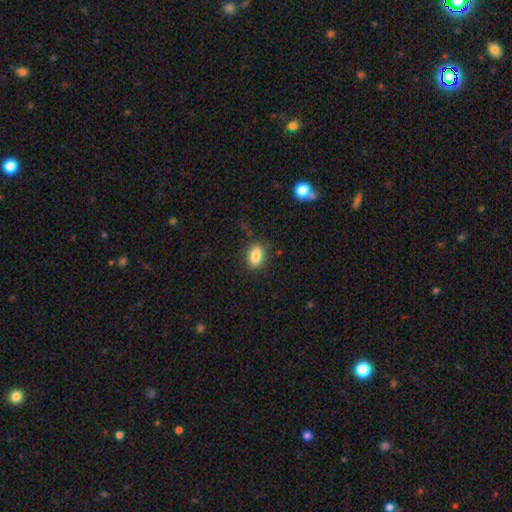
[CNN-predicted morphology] A smooth galaxy with no disk features (84%) that is in between round and cigar-shaped (78%). Merging: none (83%).